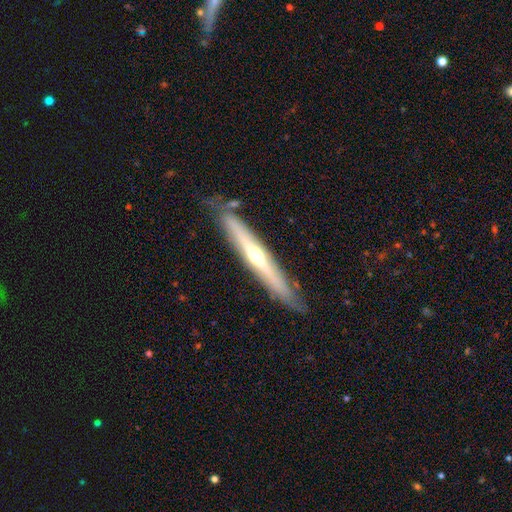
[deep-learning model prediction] Morphology: type=featured or disk (70%); edge-on=yes (92%); edge-on bulge=rounded (79%); merging=none (80%).